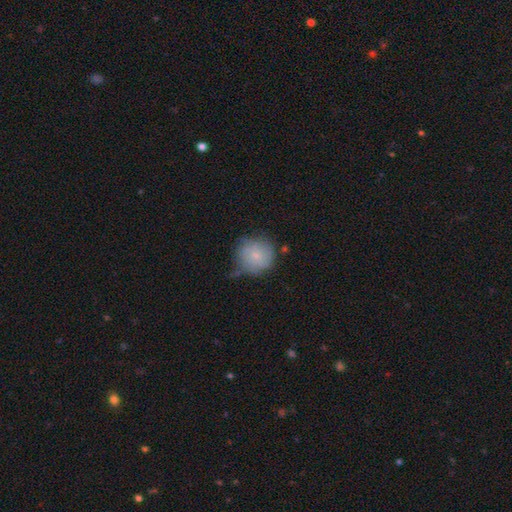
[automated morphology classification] Smooth or featured: smooth — 72% (featured or disk — 20%)
How rounded: round — 92% (in between — 7%)
Merging: none — 61% (minor disturbance — 27%)